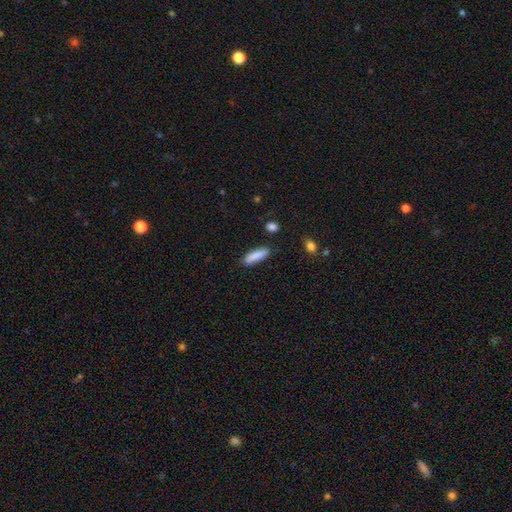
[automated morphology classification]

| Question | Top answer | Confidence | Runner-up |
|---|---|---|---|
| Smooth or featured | smooth | 88% | featured or disk (6%) |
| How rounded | cigar-shaped | 60% | in between (38%) |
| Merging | none | 85% | minor disturbance (11%) |